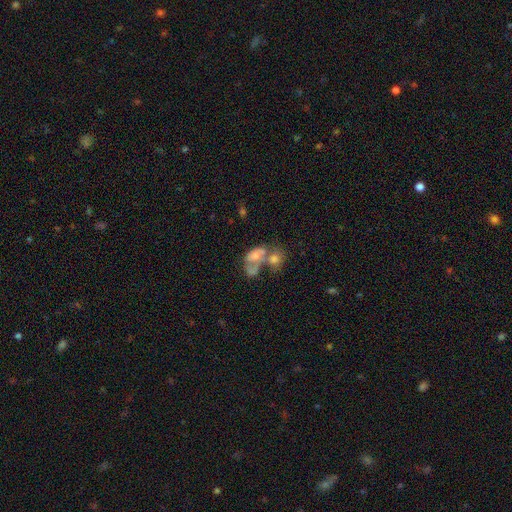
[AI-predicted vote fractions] Smooth or featured?
  - smooth: 48% *
  - featured or disk: 39%
  - star or artifact: 13%
Merging?
  - merger: 61% *
  - none: 15%
  - major disturbance: 15%
  - minor disturbance: 9%